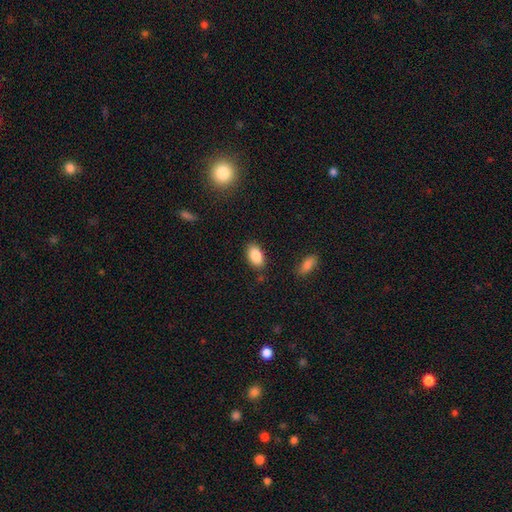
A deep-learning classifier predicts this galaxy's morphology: smooth 87%, star or artifact 8%, featured or disk 5%. Down the decision tree: how rounded — in between (92%); merging — none (84%).